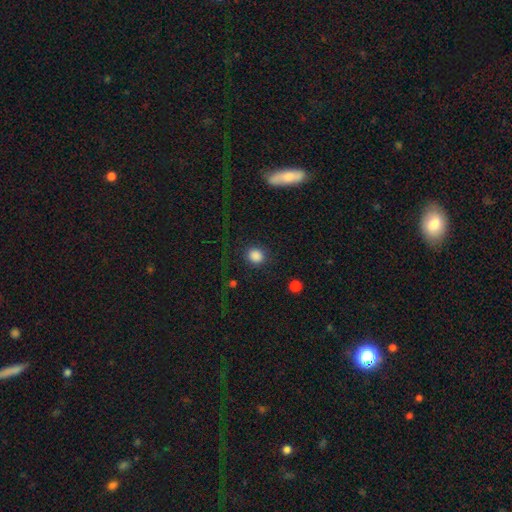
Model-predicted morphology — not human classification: smooth_or_featured: smooth (p=0.86) [alt: star or artifact p=0.10]
how_rounded: round (p=0.80) [alt: in between p=0.18]
merging: none (p=0.85) [alt: minor disturbance p=0.08]